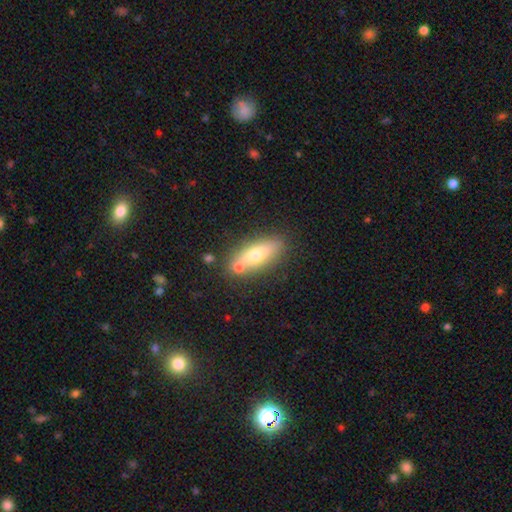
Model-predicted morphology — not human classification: A smooth galaxy with no disk features (63%) that is in between round and cigar-shaped (67%). Merging: none (67%).